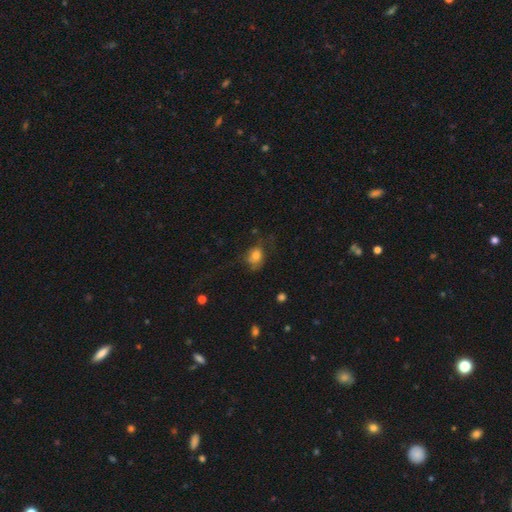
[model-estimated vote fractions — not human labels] The model was most divided on "how rounded": in between: 59%, round: 39%, cigar-shaped: 1%. More confident: smooth or featured — smooth (76%); merging — none (50%).